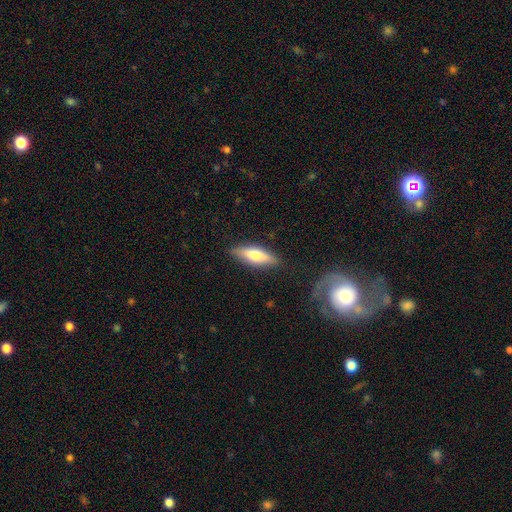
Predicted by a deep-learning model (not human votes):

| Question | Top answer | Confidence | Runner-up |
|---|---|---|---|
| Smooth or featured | smooth | 59% | featured or disk (35%) |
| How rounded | cigar-shaped | 55% | in between (43%) |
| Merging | none | 85% | minor disturbance (11%) |